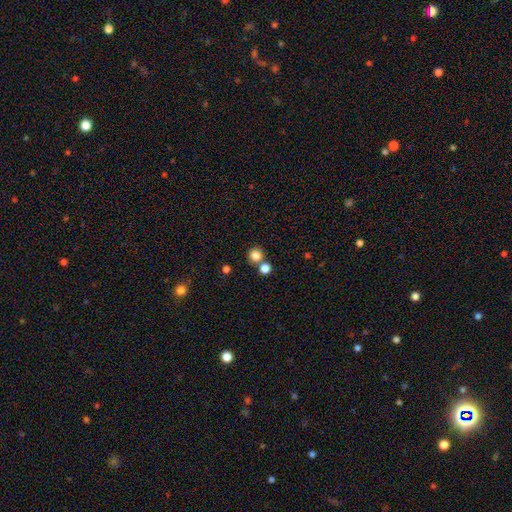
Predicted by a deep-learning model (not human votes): Smooth or featured?
  - smooth: 83% *
  - star or artifact: 12%
  - featured or disk: 5%
How rounded?
  - round: 93% *
  - in between: 6%
  - cigar-shaped: 1%
Merging?
  - none: 72% *
  - merger: 19%
  - minor disturbance: 6%
  - major disturbance: 2%